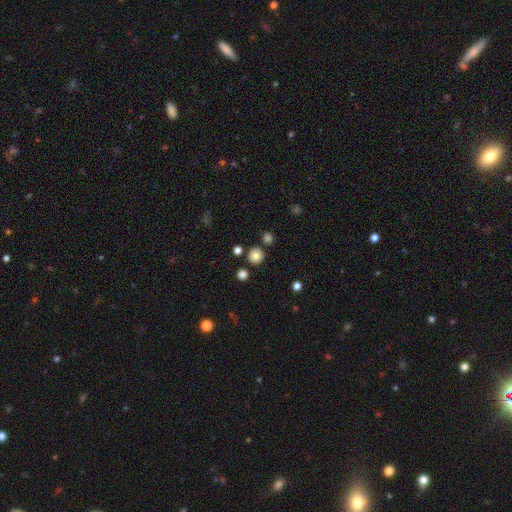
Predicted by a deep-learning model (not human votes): Smooth or featured?
  - smooth: 81% *
  - star or artifact: 12%
  - featured or disk: 7%
How rounded?
  - round: 92% *
  - in between: 7%
  - cigar-shaped: 1%
Merging?
  - none: 84% *
  - minor disturbance: 7%
  - merger: 6%
  - major disturbance: 2%